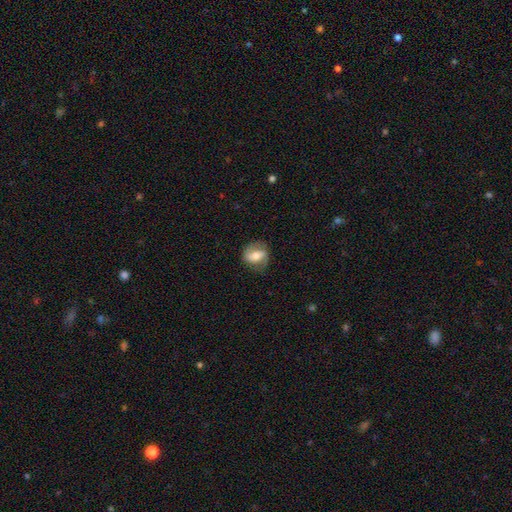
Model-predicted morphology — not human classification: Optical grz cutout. It shows a featured or disk galaxy (55%) with a weak bar (37%), spiral arms (77%) and a moderate central bulge (62%). Merging: none (74%).